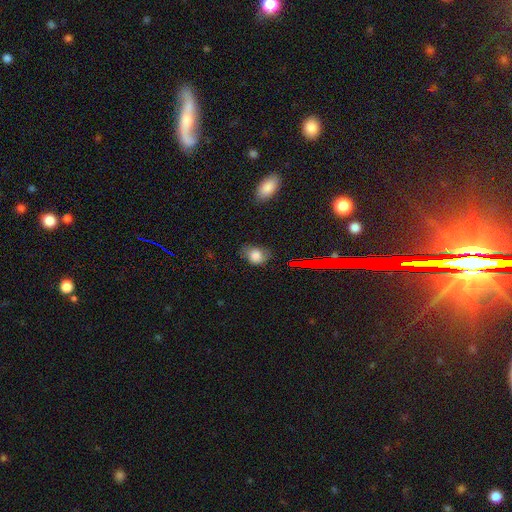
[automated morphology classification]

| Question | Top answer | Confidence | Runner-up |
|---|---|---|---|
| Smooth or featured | smooth | 77% | star or artifact (12%) |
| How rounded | in between | 63% | round (36%) |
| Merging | none | 60% | minor disturbance (30%) |